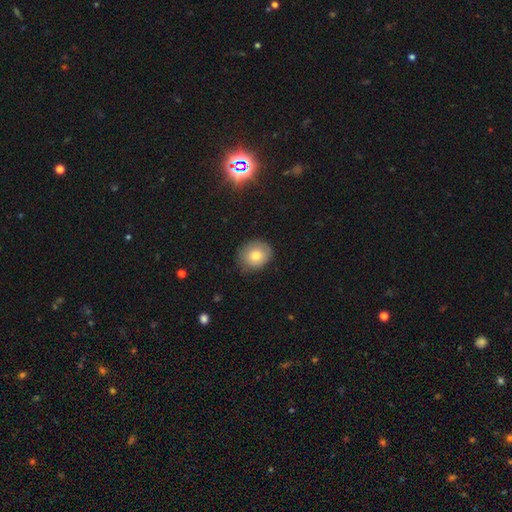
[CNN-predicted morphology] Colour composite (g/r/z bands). It shows a smooth galaxy with no disk features (78%) that is round (75%). Merging: none (77%).